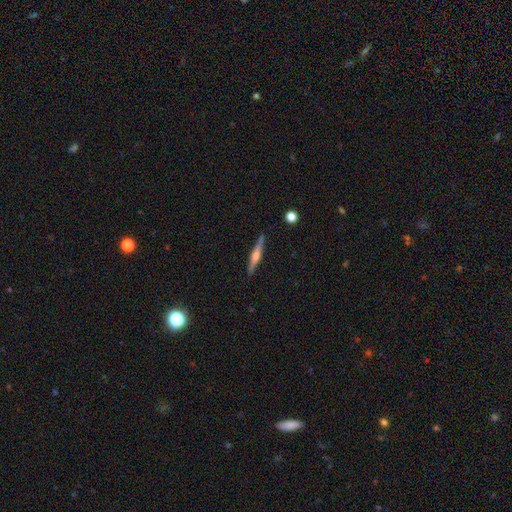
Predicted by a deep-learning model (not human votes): smooth-or-featured: featured or disk: 67% | smooth: 27% | star or artifact: 6%
  disk-edge-on: yes: 98% | no: 2%
    edge-on-bulge: rounded: 80% | boxy: 13% | none: 7%
  merging: none: 89% | minor disturbance: 8% | major disturbance: 2% | merger: 1%